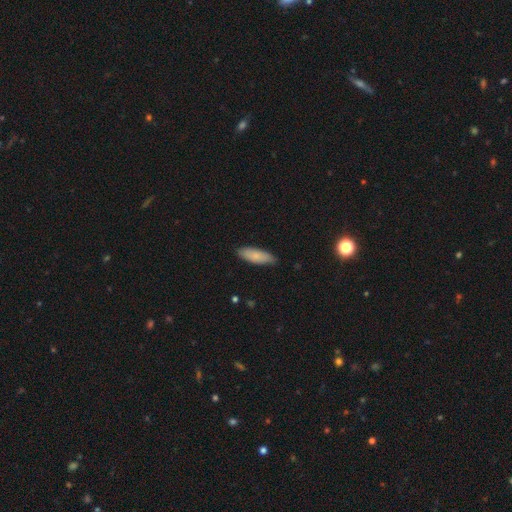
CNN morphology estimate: smooth 82%, featured or disk 12%, star or artifact 6%. Down the decision tree: how rounded — in between (61%); merging — none (85%).